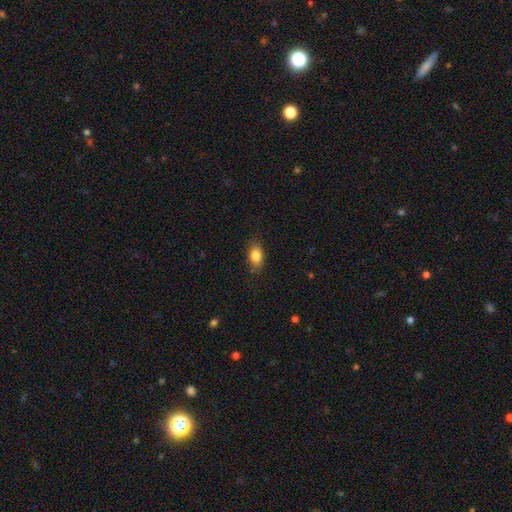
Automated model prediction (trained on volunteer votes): A smooth galaxy with no disk features (84%) that is in between round and cigar-shaped (87%).

Vote fractions:
- Smooth or featured? smooth: 84% / featured or disk: 8% / star or artifact: 8%
- How rounded? in between: 87% / round: 10% / cigar-shaped: 3%
- Merging? none: 83% / minor disturbance: 13% / major disturbance: 3% / merger: 1%